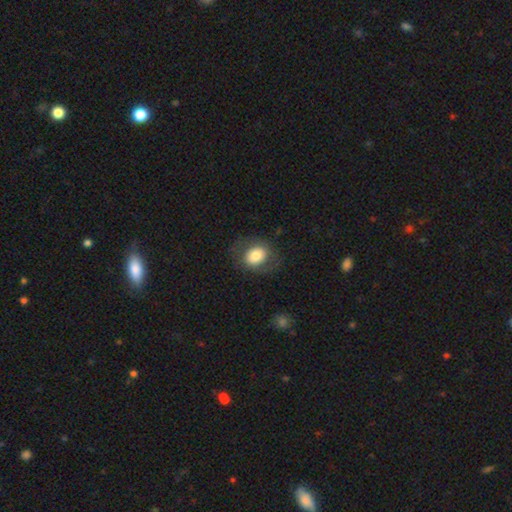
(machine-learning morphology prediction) A smooth galaxy with no disk features (74%) that is in between round and cigar-shaped (51%). Merging: none (75%).